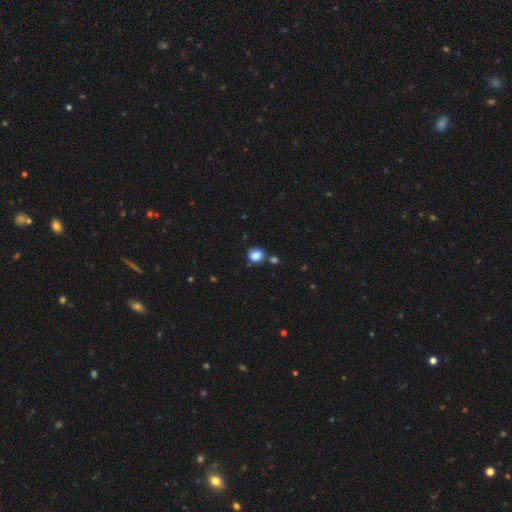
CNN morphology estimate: Smooth or featured? Predicted: smooth (p=0.85). How rounded? Predicted: round (p=0.66). Merging? Predicted: none (p=0.65).